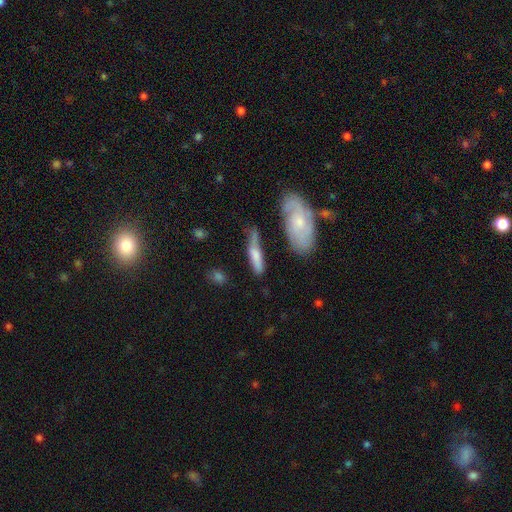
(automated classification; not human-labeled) smooth-or-featured: smooth: 59% | featured or disk: 34% | star or artifact: 7%
  how-rounded: cigar-shaped: 66% | in between: 31% | round: 3%
  merging: none: 45% | minor disturbance: 28% | major disturbance: 15% | merger: 12%